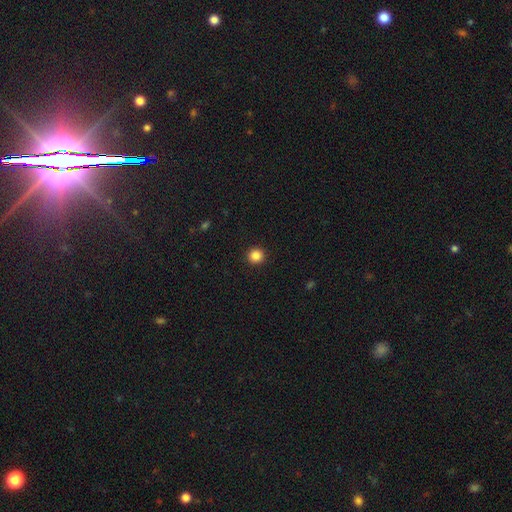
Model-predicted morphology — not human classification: type=smooth (86%); roundness=round (94%); merging=none (93%).